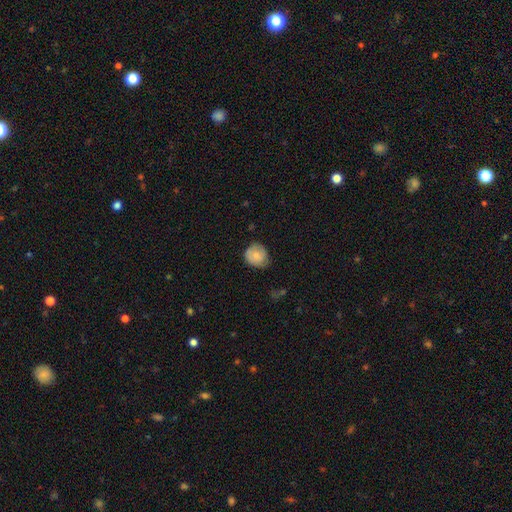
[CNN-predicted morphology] This is likely a smooth galaxy (79%). How rounded: likely round (79%). Merging: likely none (64%).